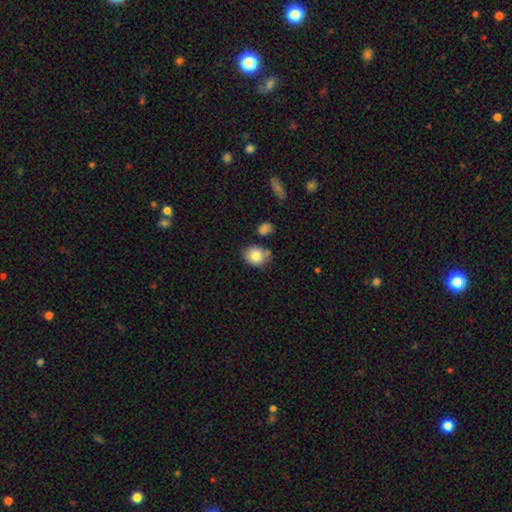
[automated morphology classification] A smooth galaxy with no disk features (83%) that is round (63%).

Vote fractions:
- Smooth or featured? smooth: 83% / star or artifact: 9% / featured or disk: 8%
- How rounded? round: 63% / in between: 36% / cigar-shaped: 1%
- Merging? none: 72% / minor disturbance: 15% / merger: 9% / major disturbance: 3%